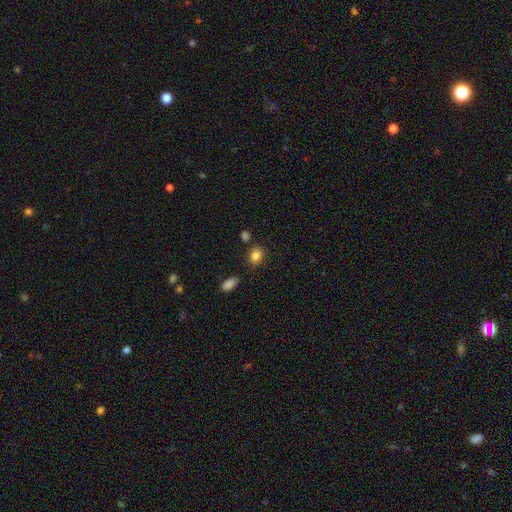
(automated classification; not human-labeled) The model was most divided on "how rounded": round: 51%, in between: 48%, cigar-shaped: 1%. More confident: smooth or featured — smooth (84%); merging — none (80%).